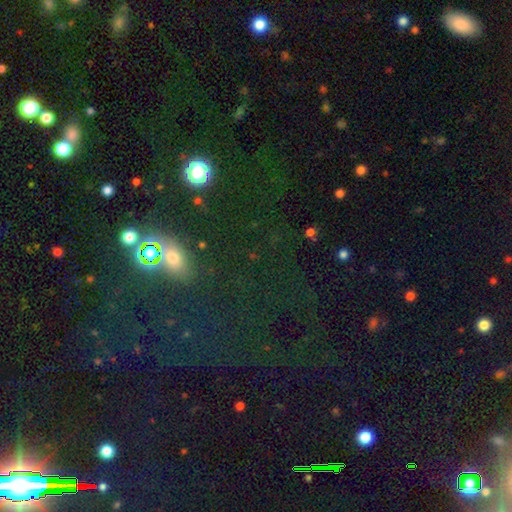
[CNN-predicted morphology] Q: Smooth or featured?
A: star or artifact (56%); runner-up: smooth (31%)